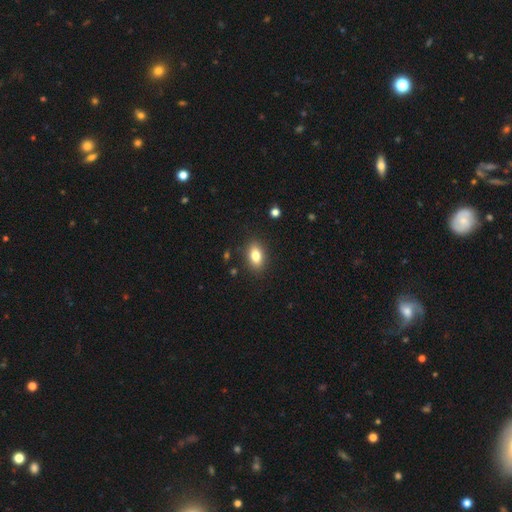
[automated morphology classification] This is clearly a smooth galaxy (81%). How rounded: clearly in between (87%). Merging: clearly none (87%).